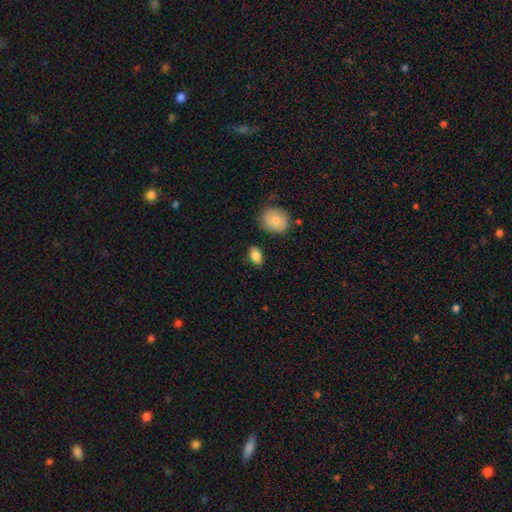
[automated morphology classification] Smooth or featured: smooth — 86% (star or artifact — 8%)
How rounded: in between — 87% (round — 10%)
Merging: none — 82% (minor disturbance — 12%)